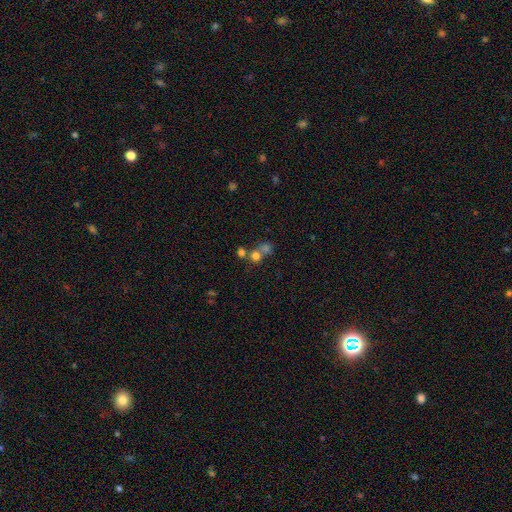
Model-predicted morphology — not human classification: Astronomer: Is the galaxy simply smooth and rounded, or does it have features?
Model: smooth — 68%.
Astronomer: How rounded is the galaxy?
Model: round — 84%.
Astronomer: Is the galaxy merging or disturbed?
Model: merger — 48% (runner-up: none, 42%).